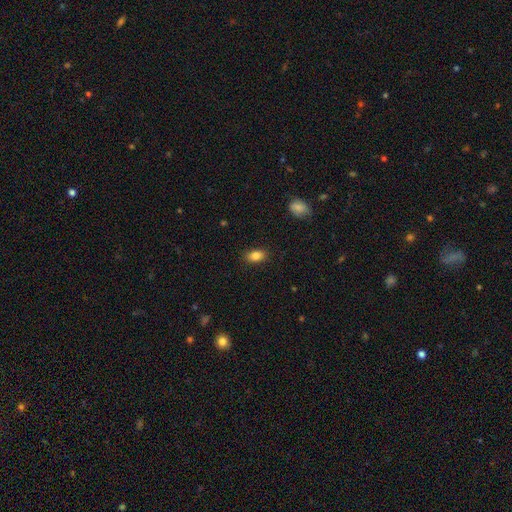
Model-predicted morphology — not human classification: Overall: smooth (86%). How rounded: in between (89%). Merging: none (87%).